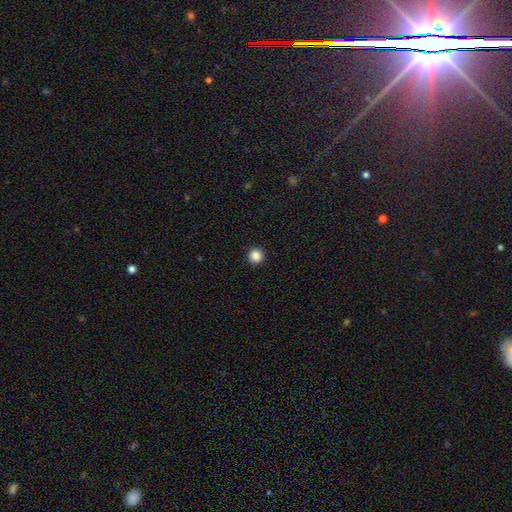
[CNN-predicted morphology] Q: Smooth or featured?
A: smooth (87%); runner-up: star or artifact (10%)
Q: How rounded?
A: round (96%); runner-up: in between (3%)
Q: Merging?
A: none (94%); runner-up: minor disturbance (4%)